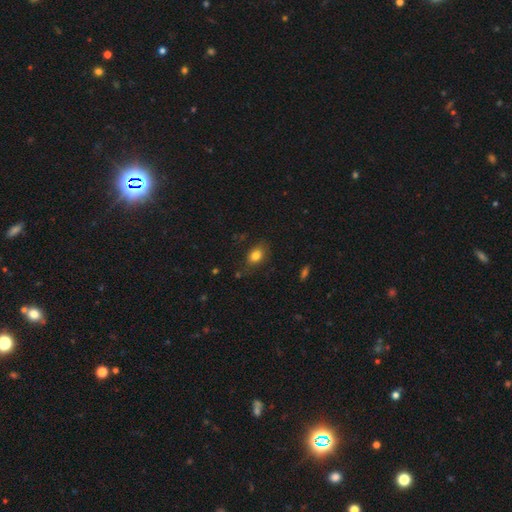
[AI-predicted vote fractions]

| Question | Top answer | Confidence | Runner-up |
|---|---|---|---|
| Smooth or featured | smooth | 81% | star or artifact (10%) |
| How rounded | in between | 79% | round (19%) |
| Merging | none | 75% | minor disturbance (18%) |